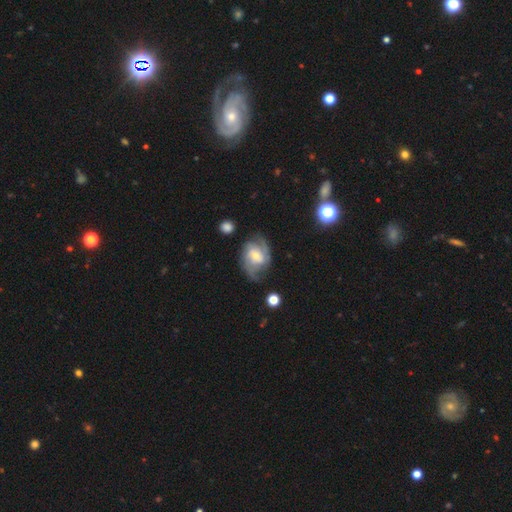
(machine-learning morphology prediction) Smooth or featured?
  - featured or disk: 81% *
  - smooth: 13%
  - star or artifact: 6%
Edge-on disk?
  - no: 97% *
  - yes: 3%
Bar?
  - no: 48% *
  - weak: 41%
  - strong: 11%
Spiral arms?
  - yes: 94% *
  - no: 6%
Spiral winding?
  - medium: 46% *
  - tight: 36%
  - loose: 18%
Spiral arm count?
  - 2: 62% *
  - 3: 15%
  - can't tell: 14%
  - 1: 3%
  - 4: 3%
  - more than 4: 3%
Bulge size?
  - small: 49% *
  - moderate: 44%
  - large: 4%
  - none: 2%
  - dominant: 1%
Merging?
  - none: 66% *
  - minor disturbance: 21%
  - major disturbance: 11%
  - merger: 3%